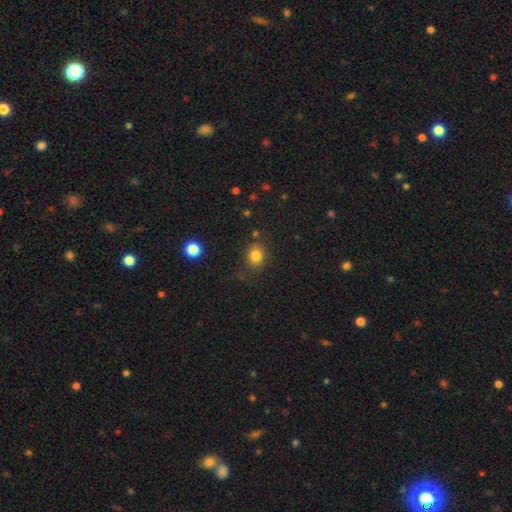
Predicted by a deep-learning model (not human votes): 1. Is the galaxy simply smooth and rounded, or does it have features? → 82% smooth, 12% star or artifact, 6% featured or disk.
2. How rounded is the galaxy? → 61% round, 38% in between, 1% cigar-shaped.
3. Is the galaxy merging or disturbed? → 80% none, 13% minor disturbance, 4% major disturbance, 3% merger.